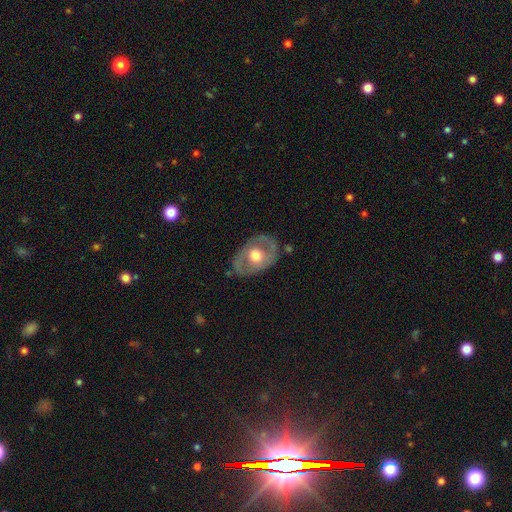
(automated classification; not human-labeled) Overall: featured or disk (65%; smooth 29%). Edge-on disk: no (92%). Bar: no (78%). Spiral arms: no (65%; yes 35%). Bulge size: moderate (68%). Merging: none (77%).